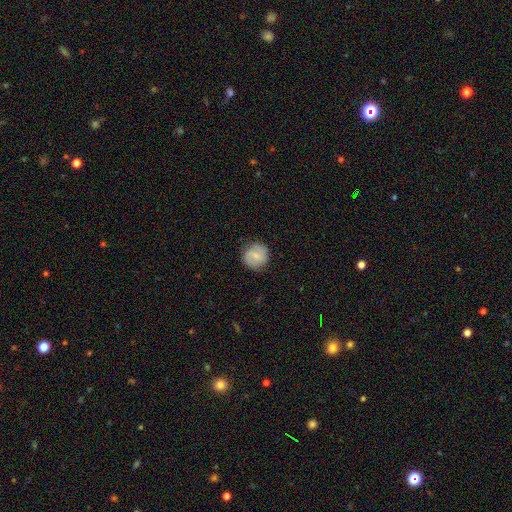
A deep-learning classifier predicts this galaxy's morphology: Smooth or featured: smooth — 67% (featured or disk — 26%)
How rounded: round — 91% (in between — 8%)
Merging: none — 85% (minor disturbance — 11%)